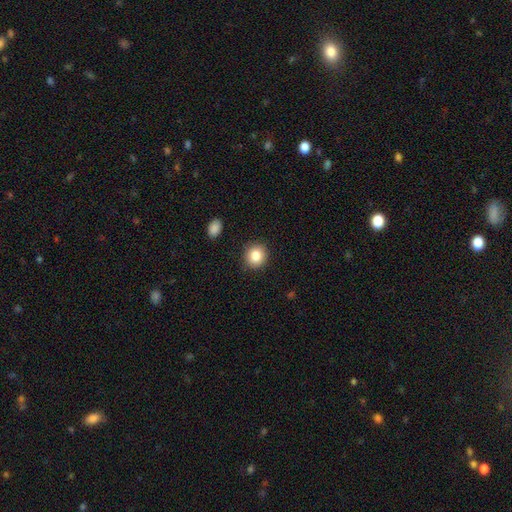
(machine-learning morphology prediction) A smooth galaxy with no disk features (84%) that is round (86%). Merging: none (89%).